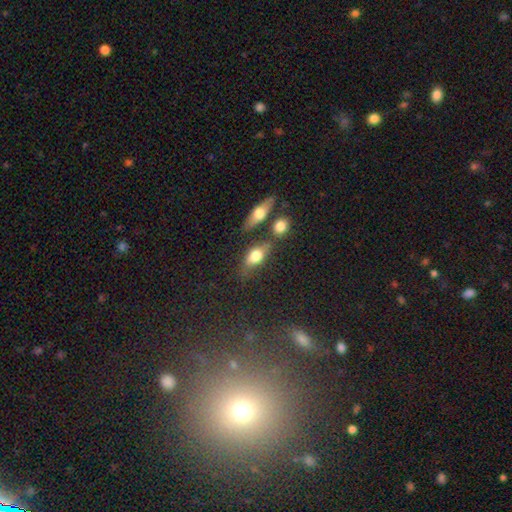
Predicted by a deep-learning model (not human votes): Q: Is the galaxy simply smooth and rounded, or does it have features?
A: smooth — 67%.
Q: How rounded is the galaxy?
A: in between — 75%.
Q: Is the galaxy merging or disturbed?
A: none — 62%.